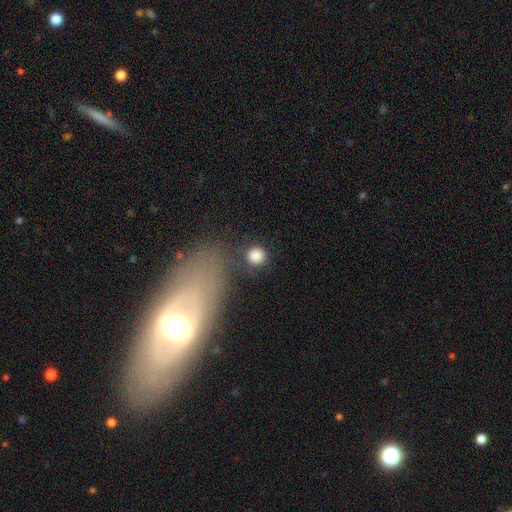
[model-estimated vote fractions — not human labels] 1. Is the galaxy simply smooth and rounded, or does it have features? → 86% smooth, 9% star or artifact, 5% featured or disk.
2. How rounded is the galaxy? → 92% round, 7% in between, 1% cigar-shaped.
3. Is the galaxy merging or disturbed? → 78% none, 10% minor disturbance, 7% merger, 5% major disturbance.